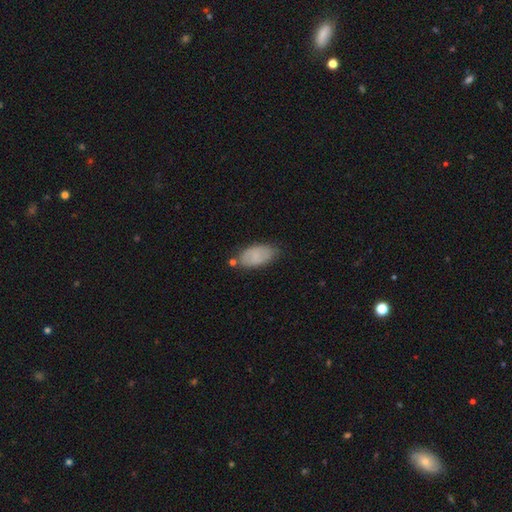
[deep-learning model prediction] Smooth or featured?
  - smooth: 73% *
  - featured or disk: 20%
  - star or artifact: 7%
How rounded?
  - in between: 92% *
  - cigar-shaped: 4%
  - round: 3%
Merging?
  - none: 68% *
  - minor disturbance: 21%
  - merger: 6%
  - major disturbance: 5%